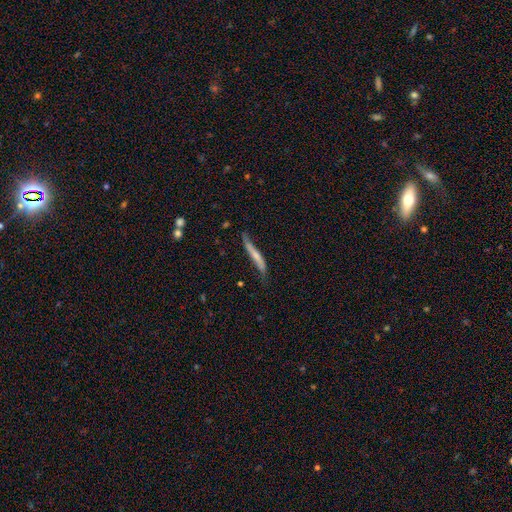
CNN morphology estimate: This appears to be a smooth galaxy with no disk features (52%) that is cigar-shaped (93%). Merging: none (56%).